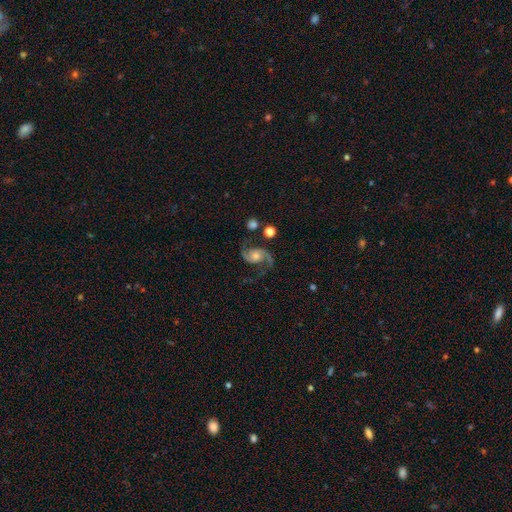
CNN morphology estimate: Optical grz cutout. It shows a featured or disk galaxy (90%) with no bar (67%), 2 (94%) medium (52%) spiral arms (98%) and a moderate central bulge (54%). Merging: none (75%).